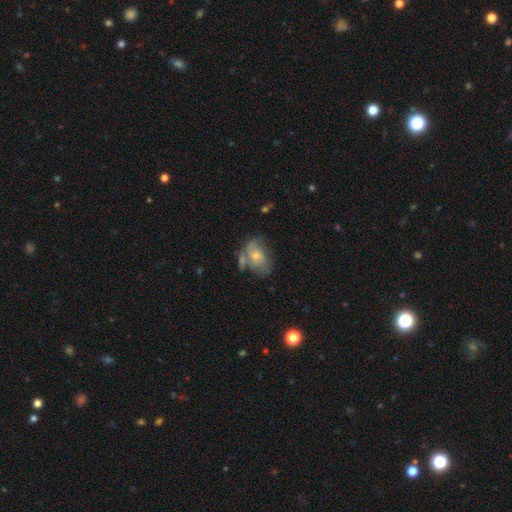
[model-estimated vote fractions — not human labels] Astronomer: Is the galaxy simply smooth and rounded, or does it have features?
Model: featured or disk — 53% (runner-up: smooth, 36%).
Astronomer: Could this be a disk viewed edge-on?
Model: no — 96%.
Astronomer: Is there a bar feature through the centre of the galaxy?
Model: no — 76%.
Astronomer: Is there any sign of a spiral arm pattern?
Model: yes — 66%.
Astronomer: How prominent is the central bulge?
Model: small — 48% (runner-up: moderate, 46%).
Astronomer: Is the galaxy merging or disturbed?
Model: none — 46% (runner-up: minor disturbance, 25%).